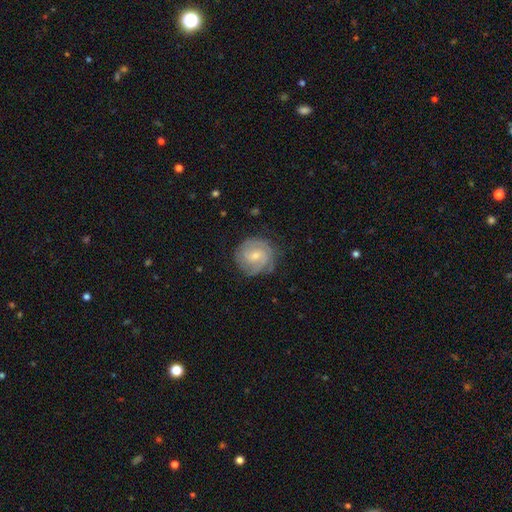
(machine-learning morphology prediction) A featured or disk galaxy (76%) with no bar (48%), 2 (46%) tight (60%) spiral arms (94%) and a small central bulge (63%). Merging: none (77%).